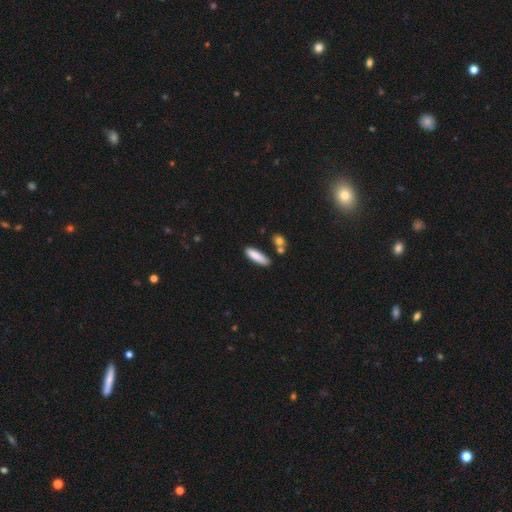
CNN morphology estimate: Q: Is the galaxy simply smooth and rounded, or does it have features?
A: smooth — 85%.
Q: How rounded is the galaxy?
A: cigar-shaped — 63%.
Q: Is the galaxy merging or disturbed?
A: none — 77%.